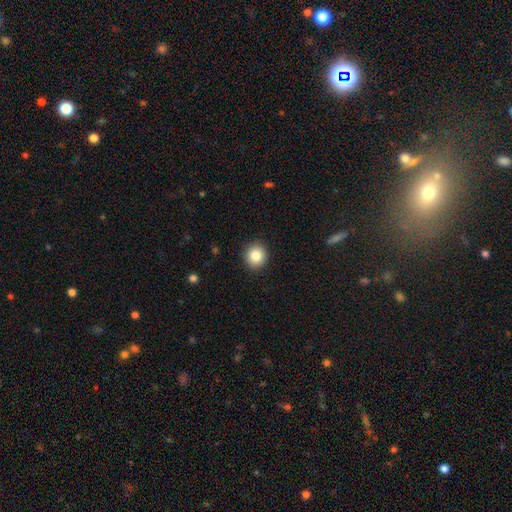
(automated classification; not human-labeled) Morphology: type=smooth (85%); roundness=round (85%); merging=none (91%).